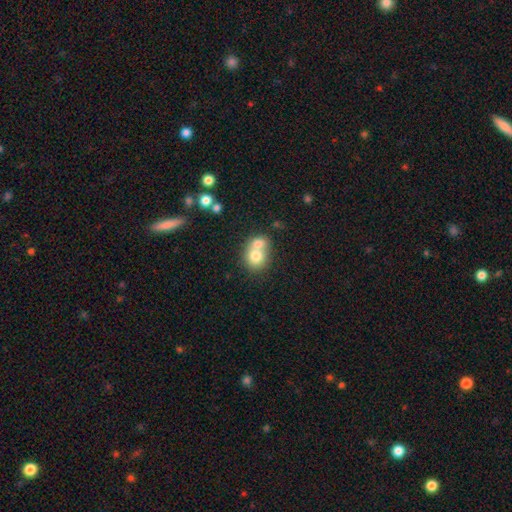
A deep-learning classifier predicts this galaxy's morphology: This appears to be a smooth galaxy with no disk features (73%) that is round (70%). Merging: merger (65%).